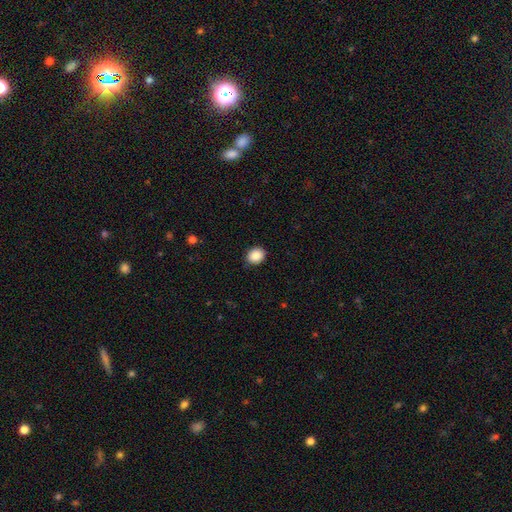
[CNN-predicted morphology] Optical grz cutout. It shows a smooth galaxy with no disk features (88%) that is round (67%). Merging: none (89%).